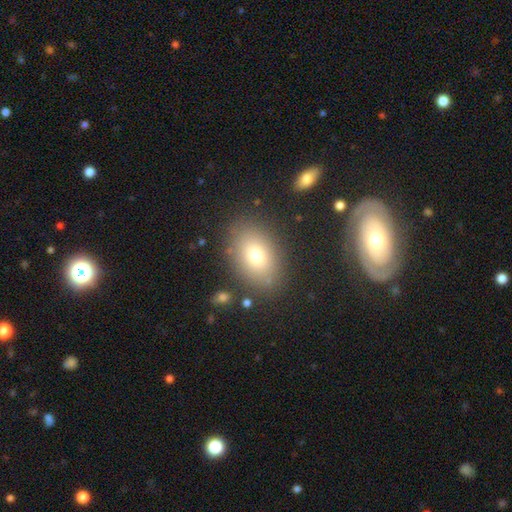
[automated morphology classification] smooth 73%, featured or disk 15%, star or artifact 12%. Down the decision tree: how rounded — in between (81%); merging — none (83%).